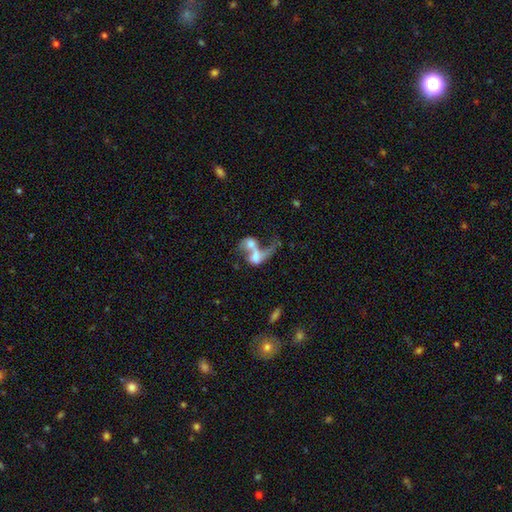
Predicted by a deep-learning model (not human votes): Smooth or featured? Predicted: featured or disk (p=0.48). Merging? Predicted: merger (p=0.71).